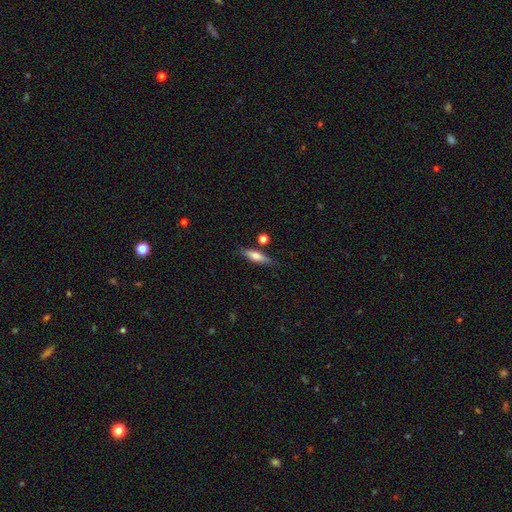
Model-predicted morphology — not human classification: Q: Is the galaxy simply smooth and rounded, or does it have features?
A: smooth — 62%.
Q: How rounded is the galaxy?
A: cigar-shaped — 66%.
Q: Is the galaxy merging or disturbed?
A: none — 78%.